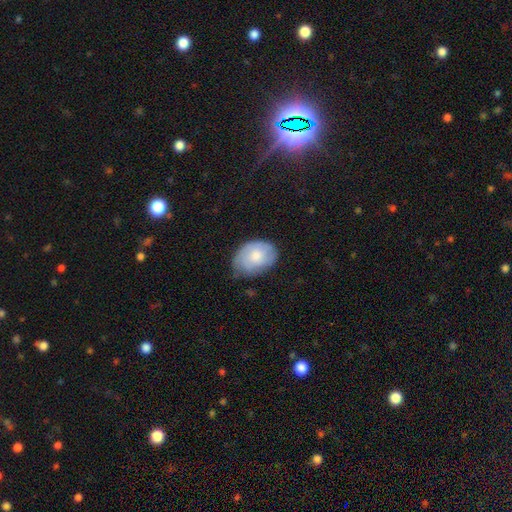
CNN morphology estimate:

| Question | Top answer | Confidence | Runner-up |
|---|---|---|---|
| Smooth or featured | smooth | 65% | featured or disk (29%) |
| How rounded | in between | 76% | round (23%) |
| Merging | none | 60% | minor disturbance (31%) |